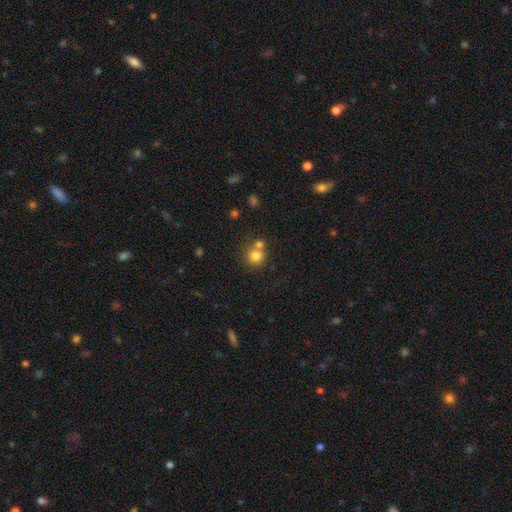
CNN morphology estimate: Smooth or featured: smooth — 79% (star or artifact — 12%)
How rounded: round — 90% (in between — 9%)
Merging: none — 55% (merger — 34%)